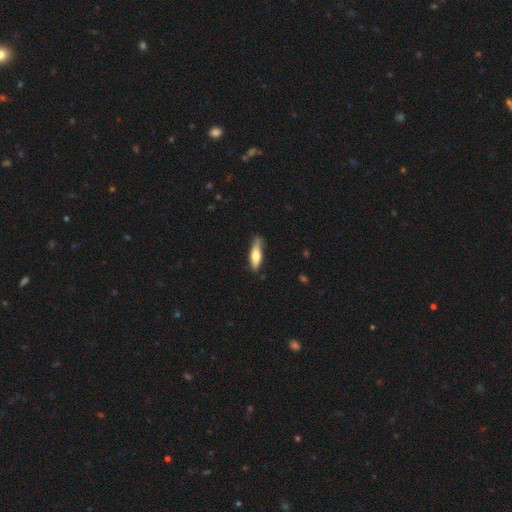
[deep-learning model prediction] This appears to be a smooth galaxy with no disk features (70%) that is cigar-shaped (57%). Merging: none (75%).